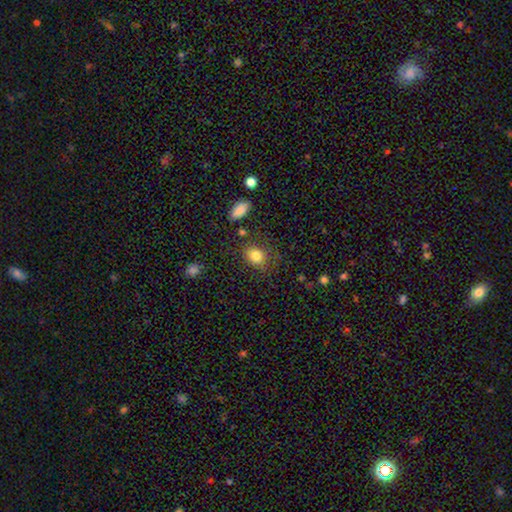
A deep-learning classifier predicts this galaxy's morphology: The model was most divided on "how rounded": in between: 50%, round: 49%, cigar-shaped: 1%. More confident: smooth or featured — smooth (82%); merging — none (74%).